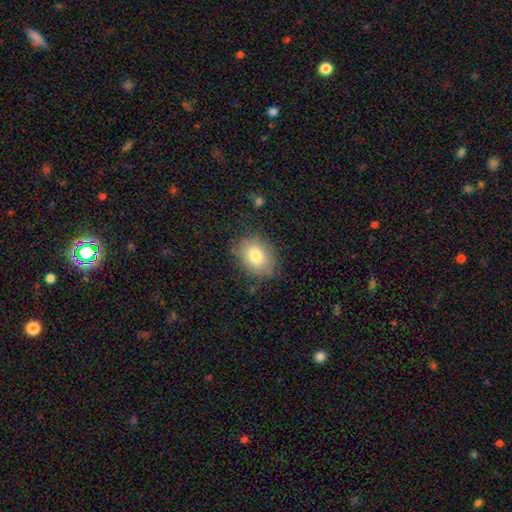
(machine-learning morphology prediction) A smooth galaxy with no disk features (79%) that is in between round and cigar-shaped (65%).

Vote fractions:
- Smooth or featured? smooth: 79% / featured or disk: 13% / star or artifact: 8%
- How rounded? in between: 65% / round: 34% / cigar-shaped: 1%
- Merging? none: 74% / minor disturbance: 19% / major disturbance: 5% / merger: 2%